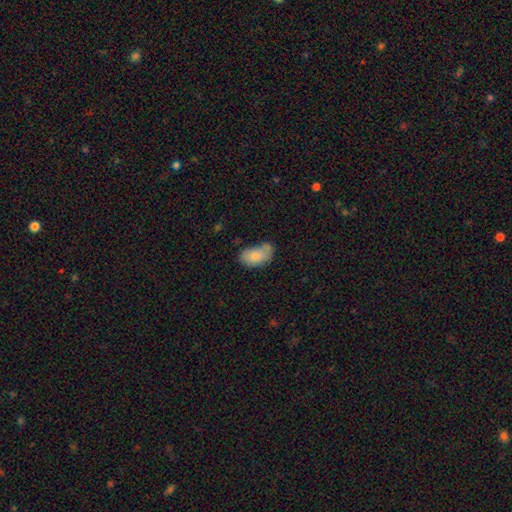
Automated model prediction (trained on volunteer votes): Q: Smooth or featured?
A: smooth (79%); runner-up: featured or disk (14%)
Q: How rounded?
A: in between (93%); runner-up: round (6%)
Q: Merging?
A: none (46%); runner-up: minor disturbance (30%)